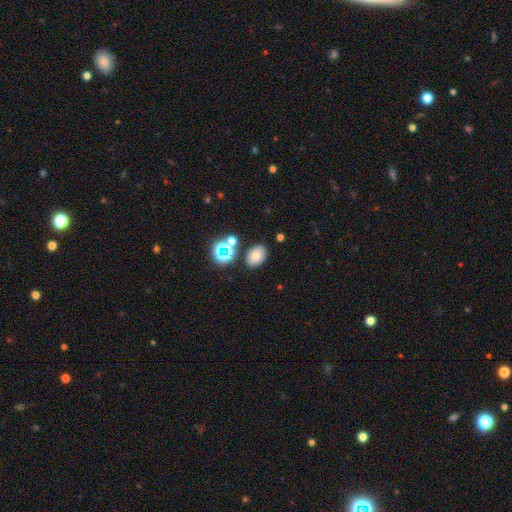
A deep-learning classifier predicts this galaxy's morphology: smooth-or-featured: smooth: 73% | star or artifact: 16% | featured or disk: 10%
  how-rounded: in between: 77% | round: 22% | cigar-shaped: 1%
  merging: none: 79% | minor disturbance: 10% | merger: 7% | major disturbance: 3%